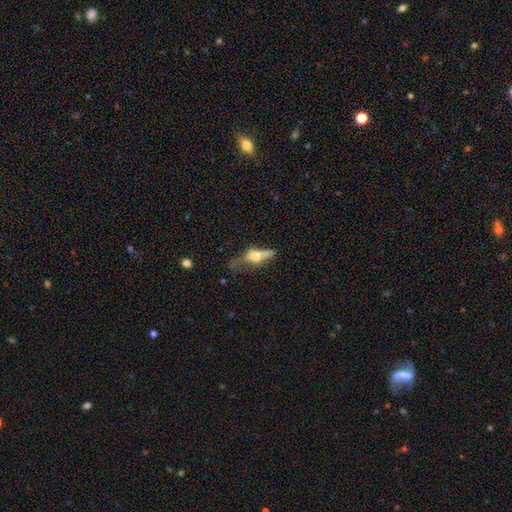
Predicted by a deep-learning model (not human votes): The model was most divided on "merging": major disturbance: 34%, none: 31%, minor disturbance: 28%, merger: 7%. More confident: how rounded — in between (52%); smooth or featured — smooth (51%).